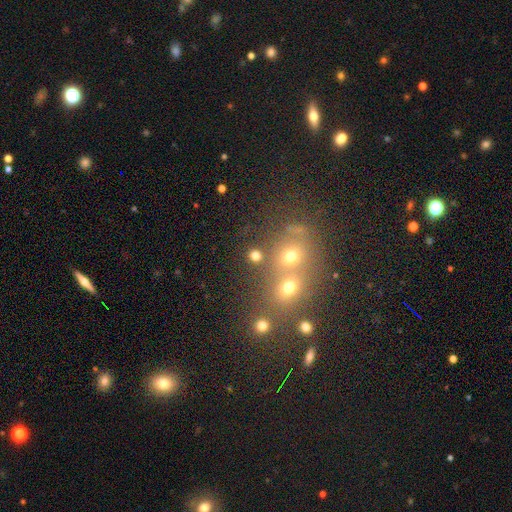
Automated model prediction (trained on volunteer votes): The model was most divided on "merging": none: 65%, merger: 24%, minor disturbance: 7%, major disturbance: 4%. More confident: how rounded — round (83%); smooth or featured — smooth (72%).